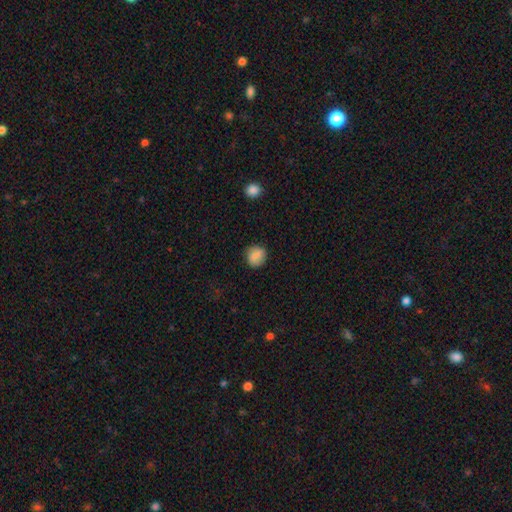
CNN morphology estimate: type=smooth (82%); roundness=round (84%); merging=none (86%).